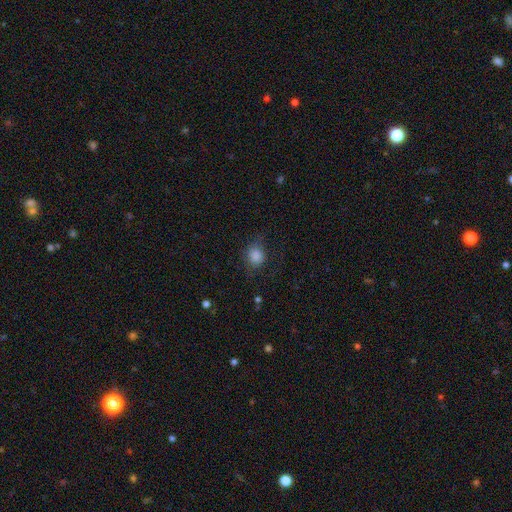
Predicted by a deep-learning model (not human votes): The model was most divided on "how rounded": round: 72%, in between: 27%, cigar-shaped: 1%. More confident: smooth or featured — smooth (83%); merging — none (69%).